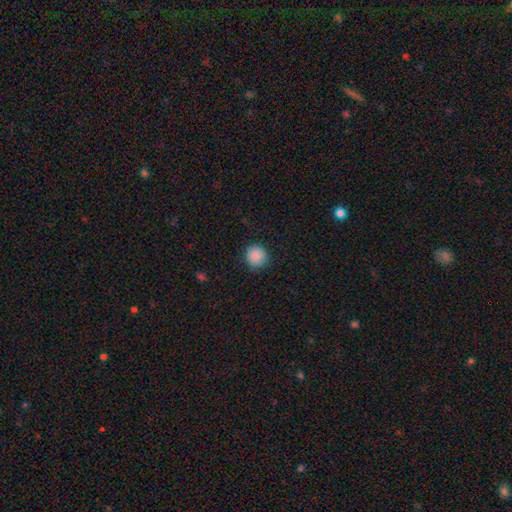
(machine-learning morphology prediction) smooth 89%, star or artifact 8%, featured or disk 3%. Down the decision tree: how rounded — round (90%); merging — none (88%).